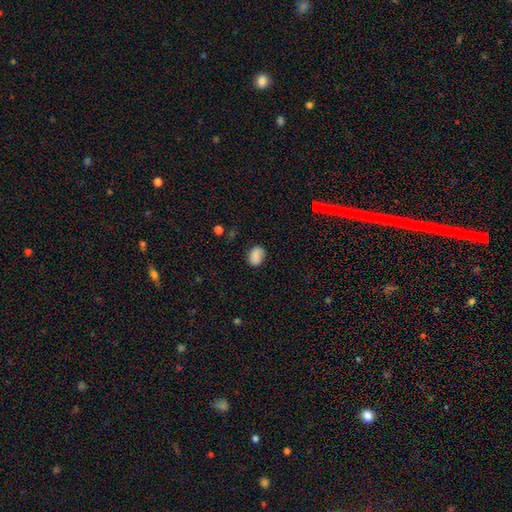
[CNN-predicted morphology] smooth_or_featured: smooth (p=0.84) [alt: star or artifact p=0.09]
how_rounded: in between (p=0.72) [alt: round p=0.27]
merging: none (p=0.79) [alt: minor disturbance p=0.15]